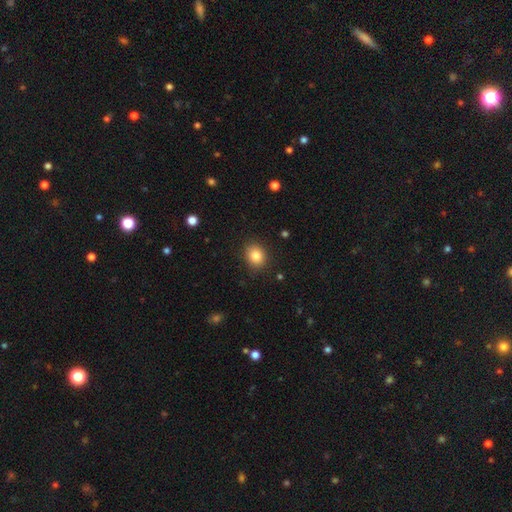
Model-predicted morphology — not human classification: smooth_or_featured: smooth (p=0.84) [alt: star or artifact p=0.10]
how_rounded: round (p=0.64) [alt: in between p=0.35]
merging: none (p=0.87) [alt: minor disturbance p=0.09]